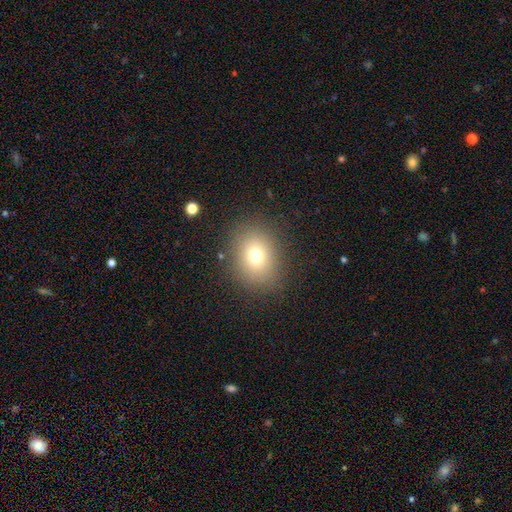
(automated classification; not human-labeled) Smooth or featured? smooth (72%)
How rounded? round (58%)
Merging? none (85%)